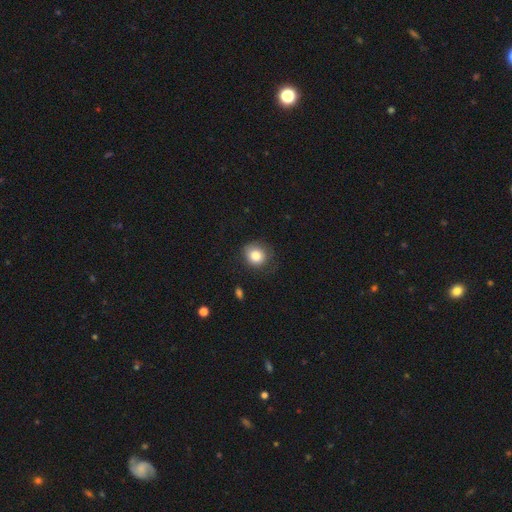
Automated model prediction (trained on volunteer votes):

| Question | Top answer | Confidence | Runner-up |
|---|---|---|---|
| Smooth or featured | smooth | 82% | star or artifact (9%) |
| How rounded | round | 82% | in between (17%) |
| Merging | none | 73% | minor disturbance (20%) |